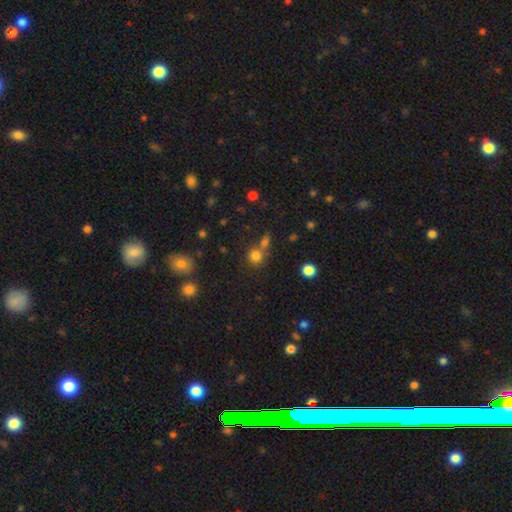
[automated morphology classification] Smooth or featured? Predicted: smooth (p=0.77). How rounded? Predicted: round (p=0.84). Merging? Predicted: none (p=0.54).